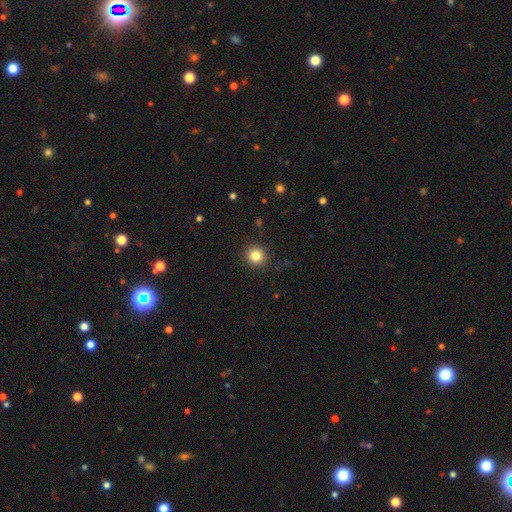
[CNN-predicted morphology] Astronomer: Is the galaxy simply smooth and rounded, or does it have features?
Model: smooth — 83%.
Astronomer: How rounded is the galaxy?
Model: round — 91%.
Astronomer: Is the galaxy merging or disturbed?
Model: none — 91%.